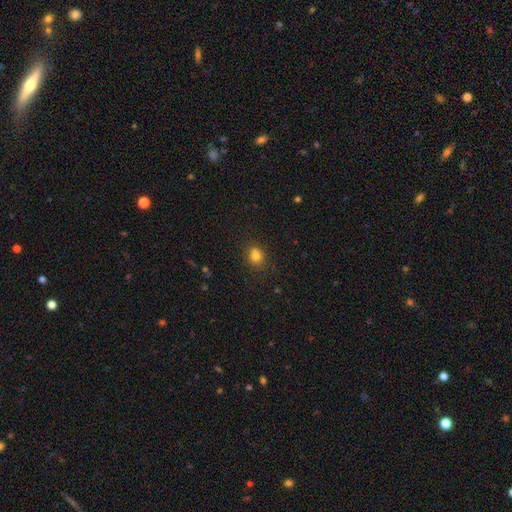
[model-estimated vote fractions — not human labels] Smooth or featured: smooth — 76% (star or artifact — 15%)
How rounded: round — 66% (in between — 33%)
Merging: none — 64% (merger — 18%)